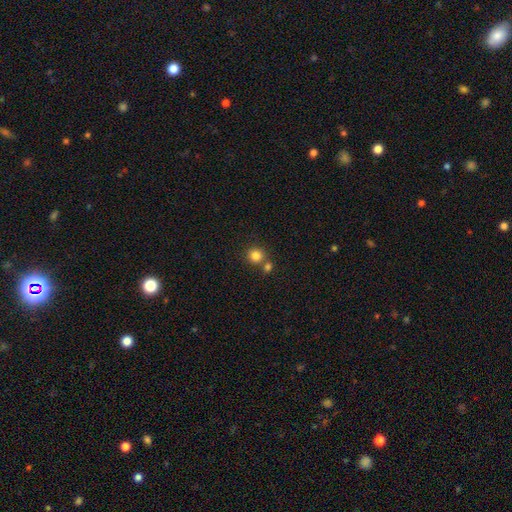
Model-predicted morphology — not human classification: type=smooth (83%); roundness=round (88%); merging=none (65%).